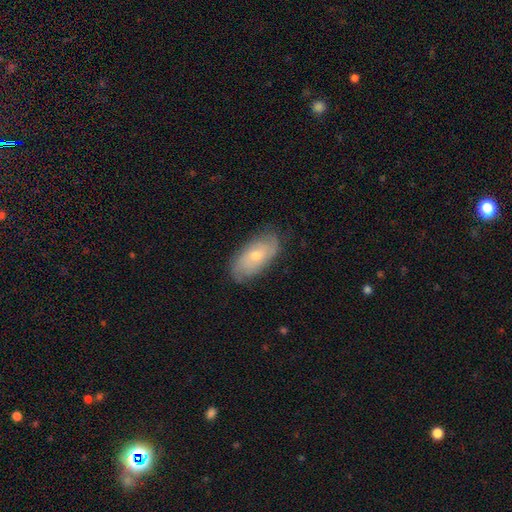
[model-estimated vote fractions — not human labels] Morphology: type=featured or disk (50%); edge-on=no (88%); merging=none (79%).